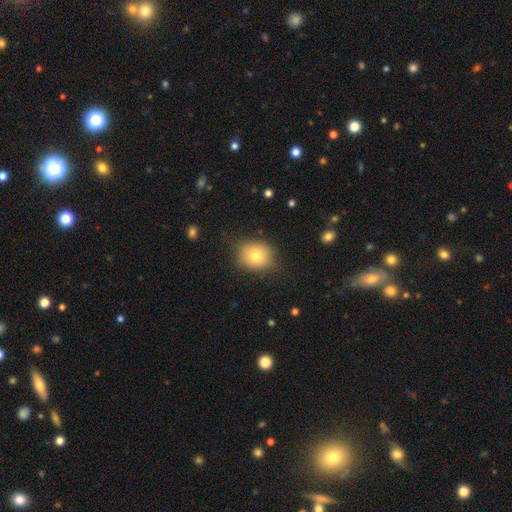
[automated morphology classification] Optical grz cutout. It shows a smooth galaxy with no disk features (76%) that is round (63%). Merging: none (77%).